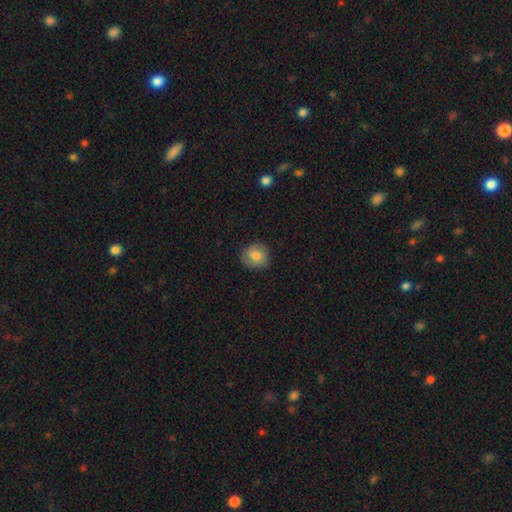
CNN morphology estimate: Smooth or featured? Predicted: smooth (p=0.78). How rounded? Predicted: round (p=0.78). Merging? Predicted: none (p=0.80).